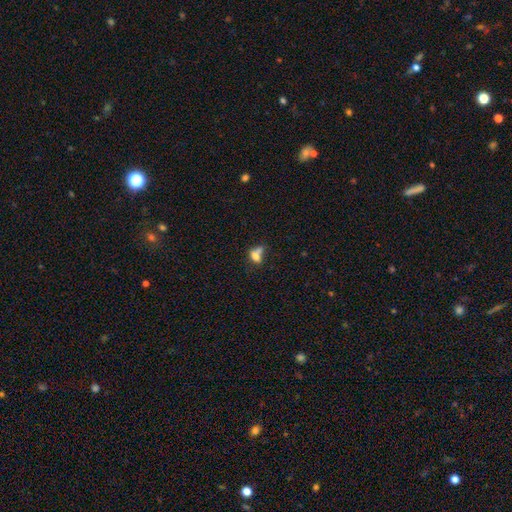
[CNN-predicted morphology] A smooth galaxy with no disk features (69%) that is in between round and cigar-shaped (64%).

Vote fractions:
- Smooth or featured? smooth: 69% / featured or disk: 19% / star or artifact: 12%
- How rounded? in between: 64% / round: 32% / cigar-shaped: 4%
- Merging? merger: 51% / none: 23% / minor disturbance: 14% / major disturbance: 12%